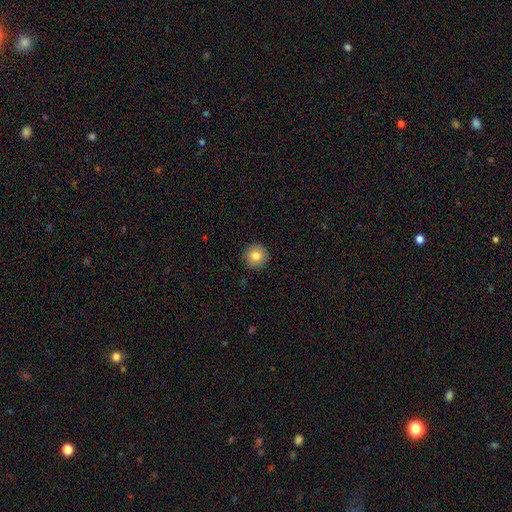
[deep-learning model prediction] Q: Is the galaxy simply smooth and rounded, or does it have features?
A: smooth — 82%.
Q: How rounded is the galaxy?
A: round — 96%.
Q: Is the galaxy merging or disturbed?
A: none — 92%.